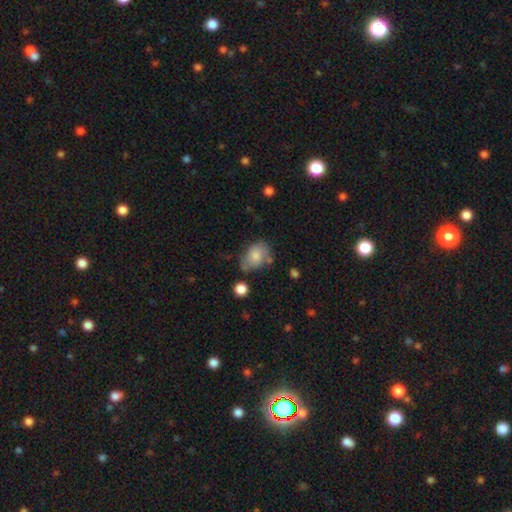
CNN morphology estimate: type=smooth (72%); roundness=in between (79%); merging=none (55%).